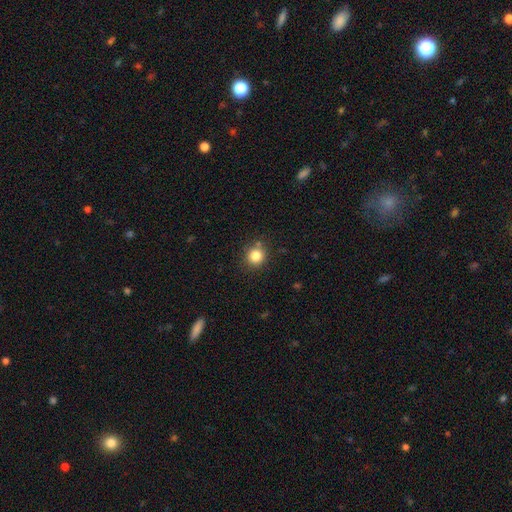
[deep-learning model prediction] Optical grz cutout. It shows a smooth galaxy with no disk features (82%) that is round (89%). Merging: none (81%).